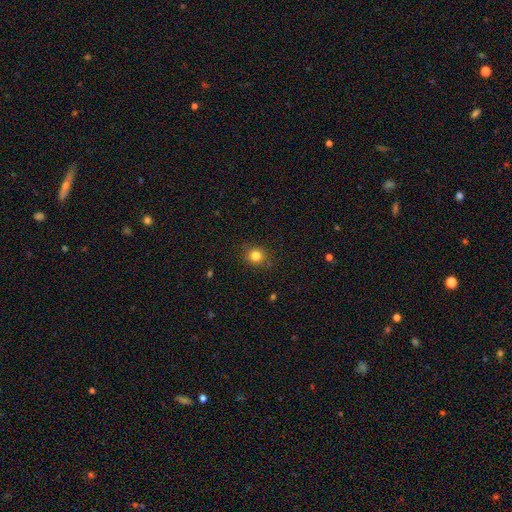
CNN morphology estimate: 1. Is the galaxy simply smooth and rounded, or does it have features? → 82% smooth, 12% star or artifact, 6% featured or disk.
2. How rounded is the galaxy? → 85% round, 14% in between, 1% cigar-shaped.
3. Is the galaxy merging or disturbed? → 88% none, 9% minor disturbance, 2% major disturbance, 1% merger.